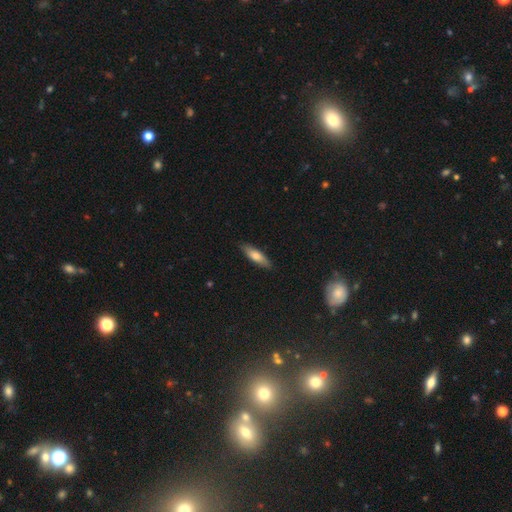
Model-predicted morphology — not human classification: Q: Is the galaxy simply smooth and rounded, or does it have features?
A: smooth — 69%.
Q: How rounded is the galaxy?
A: cigar-shaped — 61%.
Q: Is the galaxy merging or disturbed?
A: none — 87%.